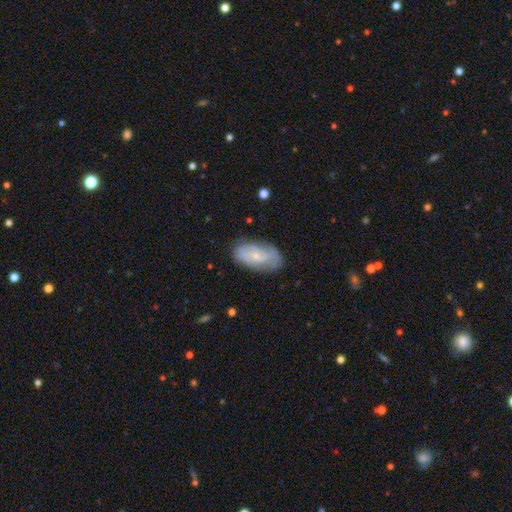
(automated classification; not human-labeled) A featured or disk galaxy (54%). Merging: none (73%).